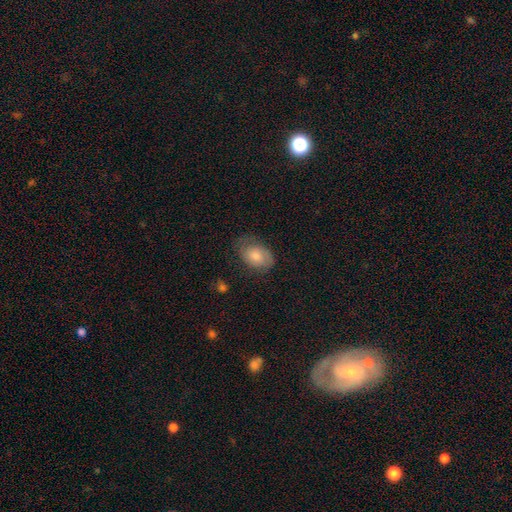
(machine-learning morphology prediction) smooth_or_featured: smooth (p=0.60) [alt: featured or disk p=0.30]
how_rounded: in between (p=0.83) [alt: round p=0.16]
merging: none (p=0.64) [alt: minor disturbance p=0.25]